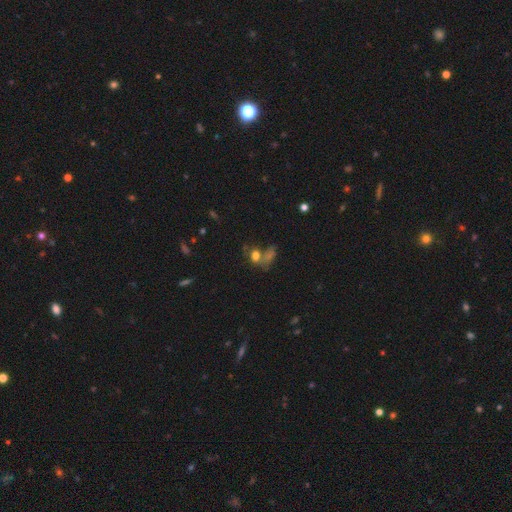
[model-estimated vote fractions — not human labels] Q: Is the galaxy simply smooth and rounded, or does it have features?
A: smooth — 65%.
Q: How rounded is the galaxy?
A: in between — 50%.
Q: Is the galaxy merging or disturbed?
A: merger — 38%.